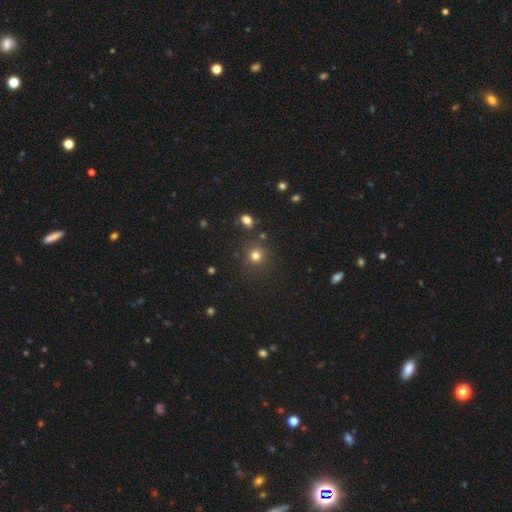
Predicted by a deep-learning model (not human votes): A smooth galaxy with no disk features (77%) that is round (90%). Merging: none (83%).